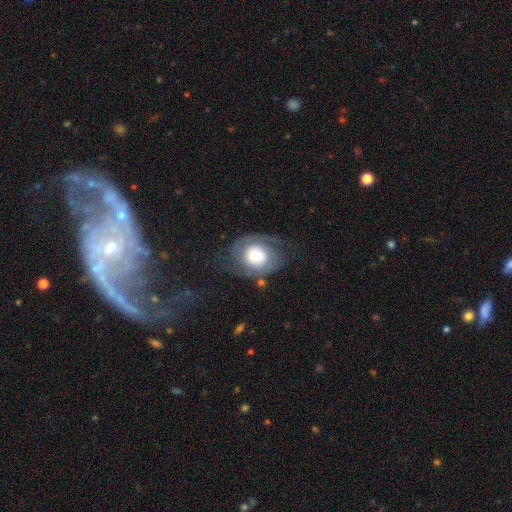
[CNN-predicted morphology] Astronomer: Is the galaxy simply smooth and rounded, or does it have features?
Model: featured or disk — 57% (runner-up: smooth, 36%).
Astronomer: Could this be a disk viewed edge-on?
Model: no — 96%.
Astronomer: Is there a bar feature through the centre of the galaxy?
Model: no — 72%.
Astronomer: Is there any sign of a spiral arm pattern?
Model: yes — 71%.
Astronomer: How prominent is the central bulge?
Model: moderate — 49% (runner-up: large, 29%).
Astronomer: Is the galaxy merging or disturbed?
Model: none — 54%.